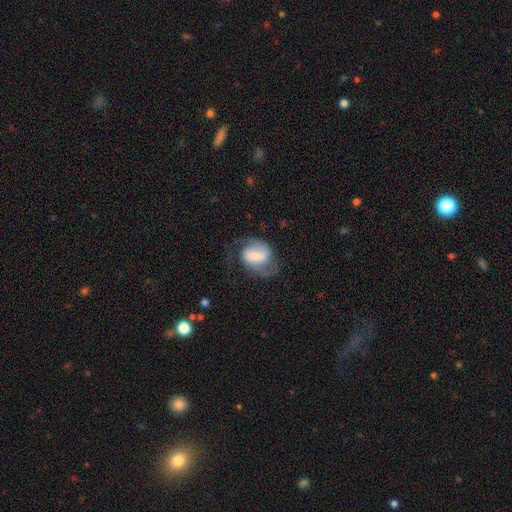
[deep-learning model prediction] featured or disk 68%, smooth 25%, star or artifact 7%. Down the decision tree: edge-on disk — no (97%); bar — weak (46%); spiral arms — yes (90%); spiral arm count — 2 (84%); spiral winding — medium (50%); bulge size — small (42%); merging — none (57%).